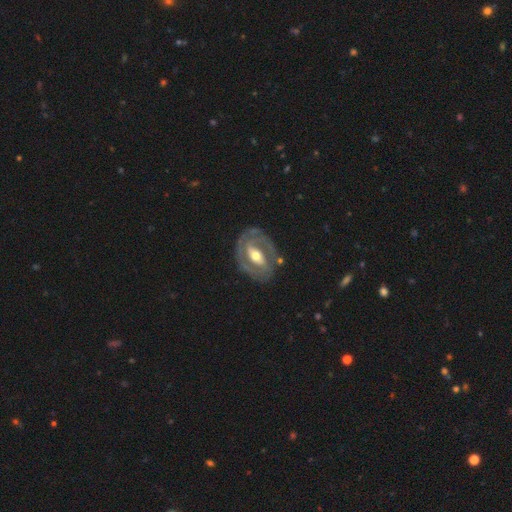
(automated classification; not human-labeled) Q: Smooth or featured?
A: featured or disk (82%); runner-up: smooth (14%)
Q: Edge-on disk?
A: no (94%); runner-up: yes (6%)
Q: Bar?
A: strong (48%); runner-up: weak (31%)
Q: Spiral arms?
A: yes (75%); runner-up: no (25%)
Q: Spiral winding?
A: tight (55%); runner-up: medium (34%)
Q: Spiral arm count?
A: 2 (75%); runner-up: can't tell (13%)
Q: Bulge size?
A: moderate (72%); runner-up: small (16%)
Q: Merging?
A: none (76%); runner-up: minor disturbance (16%)